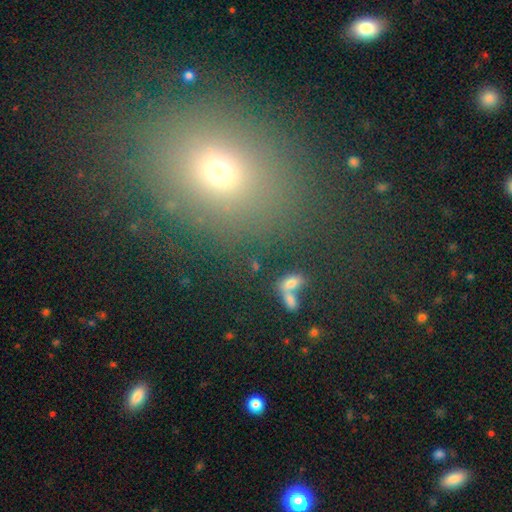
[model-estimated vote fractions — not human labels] Smooth or featured? smooth (59%)
How rounded? round (49%)
Merging? none (74%)